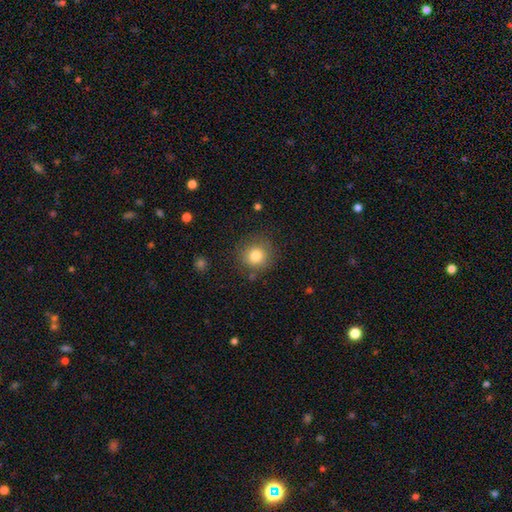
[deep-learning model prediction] This is clearly a smooth galaxy (81%). How rounded: clearly round (92%). Merging: clearly none (84%).